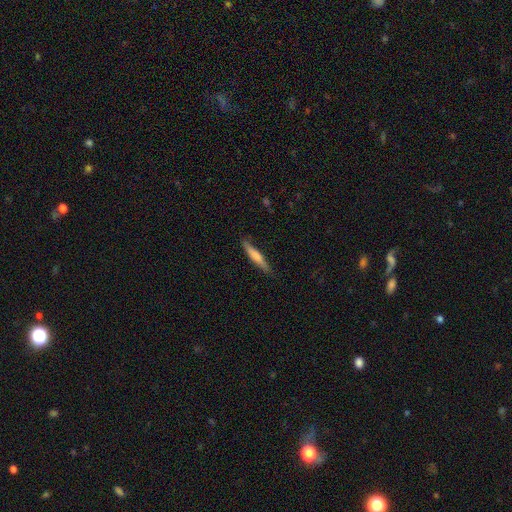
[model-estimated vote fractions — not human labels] smooth 66%, featured or disk 29%, star or artifact 5%. Down the decision tree: how rounded — cigar-shaped (92%); merging — none (86%).